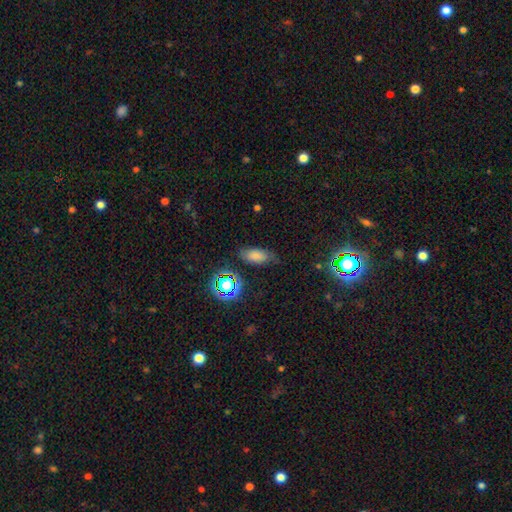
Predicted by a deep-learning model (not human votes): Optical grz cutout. It shows a smooth galaxy with no disk features (70%) that is in between round and cigar-shaped (85%). Merging: none (68%).